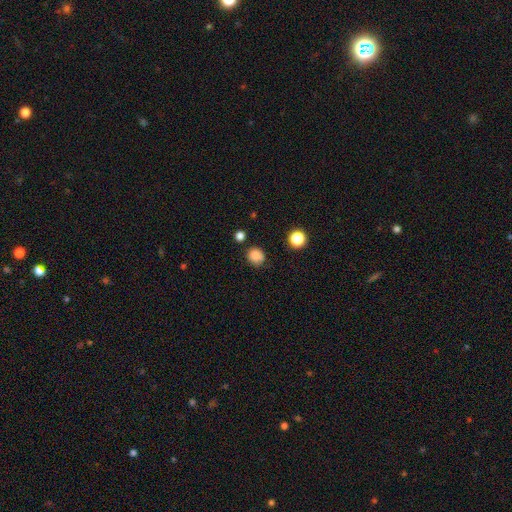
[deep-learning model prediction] Smooth or featured? smooth (84%)
How rounded? round (80%)
Merging? none (79%)